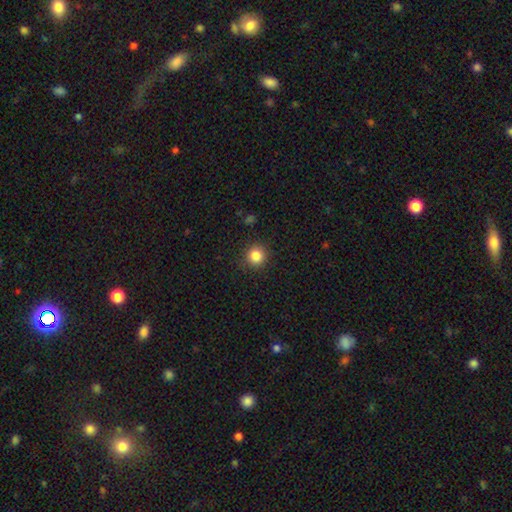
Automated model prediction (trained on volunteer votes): Smooth or featured?
  - smooth: 85% *
  - star or artifact: 11%
  - featured or disk: 4%
How rounded?
  - round: 93% *
  - in between: 6%
  - cigar-shaped: 1%
Merging?
  - none: 90% *
  - minor disturbance: 7%
  - major disturbance: 2%
  - merger: 1%